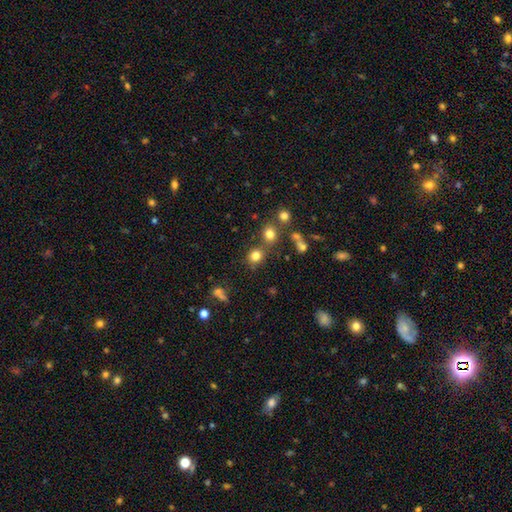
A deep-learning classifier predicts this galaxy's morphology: smooth_or_featured: smooth (p=0.77) [alt: star or artifact p=0.16]
how_rounded: round (p=0.83) [alt: in between p=0.16]
merging: none (p=0.71) [alt: merger p=0.16]